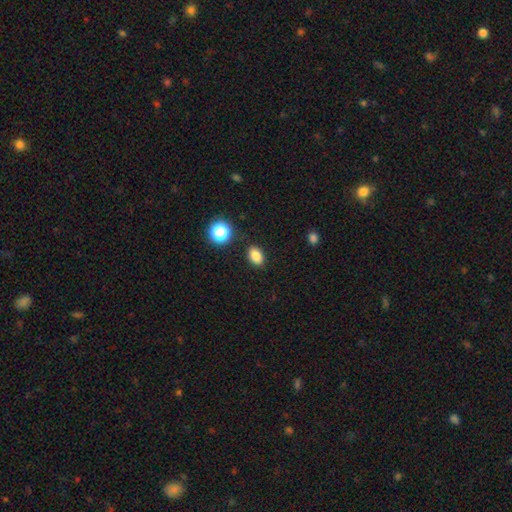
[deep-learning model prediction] A smooth galaxy with no disk features (83%) that is in between round and cigar-shaped (82%).

Vote fractions:
- Smooth or featured? smooth: 83% / star or artifact: 12% / featured or disk: 5%
- How rounded? in between: 82% / round: 17% / cigar-shaped: 1%
- Merging? none: 87% / minor disturbance: 9% / major disturbance: 3% / merger: 2%